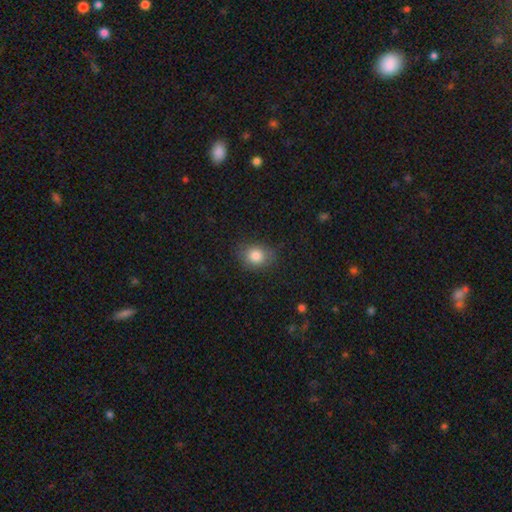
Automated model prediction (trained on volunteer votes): This is clearly a smooth galaxy (83%). How rounded: possibly round (53%). Merging: likely none (80%).